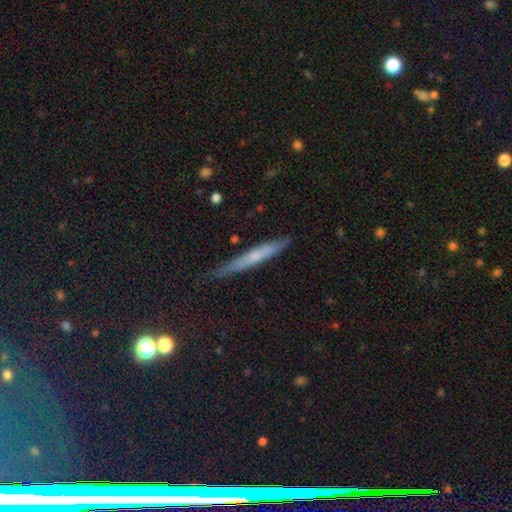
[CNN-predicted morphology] A smooth galaxy with no disk features (50%) that is cigar-shaped (95%). Merging: none (77%).